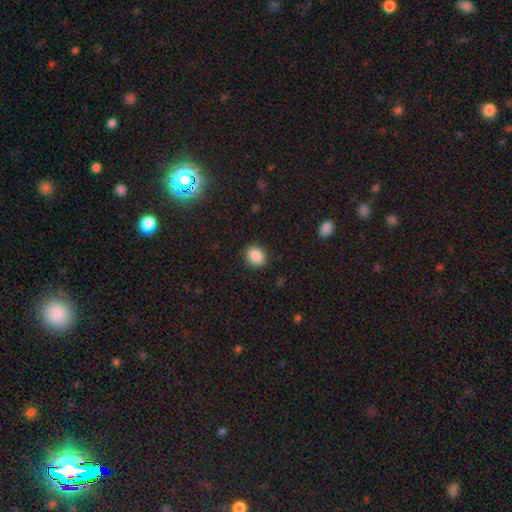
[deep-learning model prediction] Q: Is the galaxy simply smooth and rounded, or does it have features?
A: smooth — 88%.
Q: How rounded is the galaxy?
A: round — 54%.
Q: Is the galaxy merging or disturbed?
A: none — 88%.